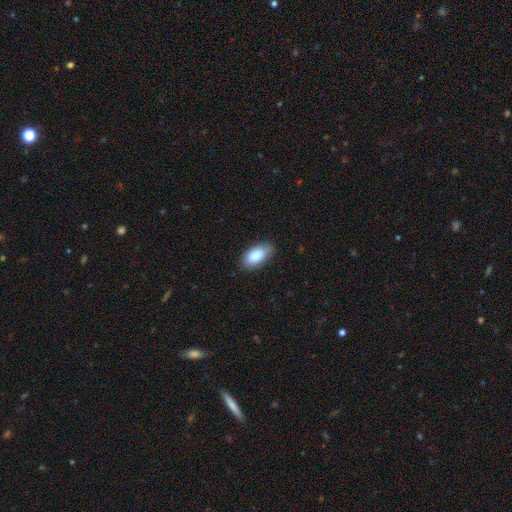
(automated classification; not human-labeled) This appears to be a smooth galaxy with no disk features (86%) that is in between round and cigar-shaped (94%). Merging: none (82%).